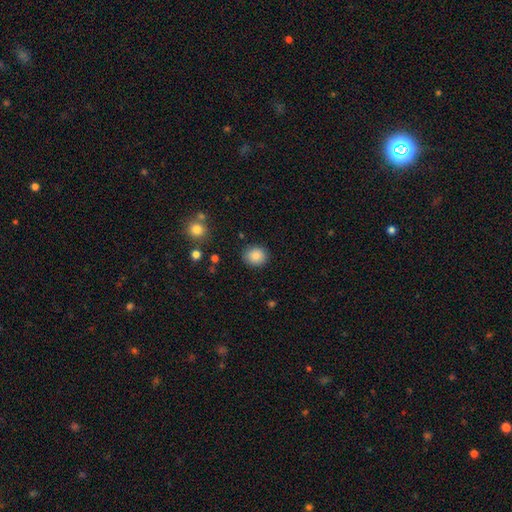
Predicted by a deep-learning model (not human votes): smooth 86%, star or artifact 9%, featured or disk 5%. Down the decision tree: how rounded — round (78%); merging — none (88%).